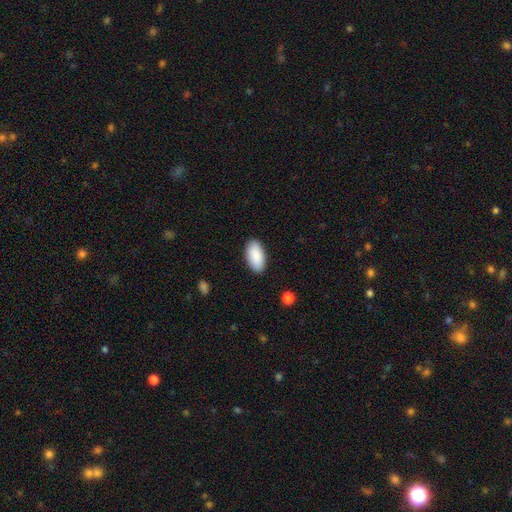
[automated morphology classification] smooth_or_featured: smooth (p=0.91) [alt: star or artifact p=0.06]
how_rounded: in between (p=0.95) [alt: cigar-shaped p=0.03]
merging: none (p=0.89) [alt: minor disturbance p=0.08]